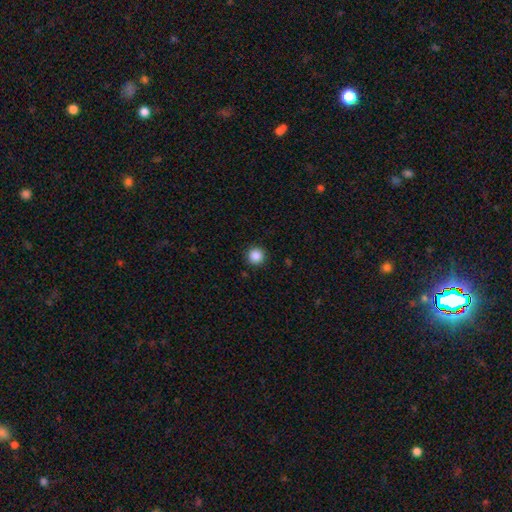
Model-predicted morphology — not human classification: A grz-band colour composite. It shows a smooth galaxy with no disk features (87%) that is round (96%). Merging: none (92%).